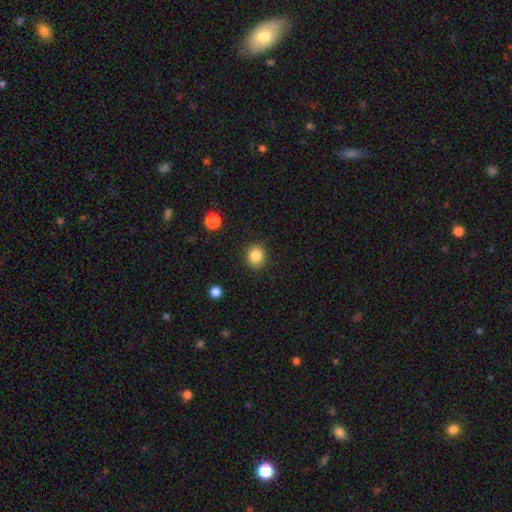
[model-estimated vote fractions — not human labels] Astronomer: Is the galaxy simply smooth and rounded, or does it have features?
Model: smooth — 85%.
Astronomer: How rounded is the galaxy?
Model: round — 77%.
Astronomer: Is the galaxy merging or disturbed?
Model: none — 89%.